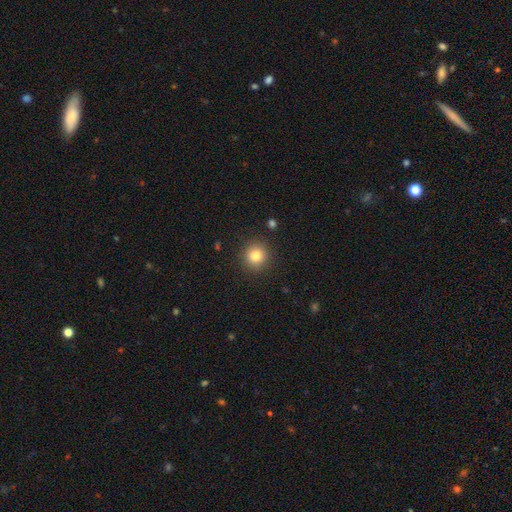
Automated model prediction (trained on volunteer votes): smooth 82%, star or artifact 11%, featured or disk 7%. Down the decision tree: how rounded — round (92%); merging — none (90%).